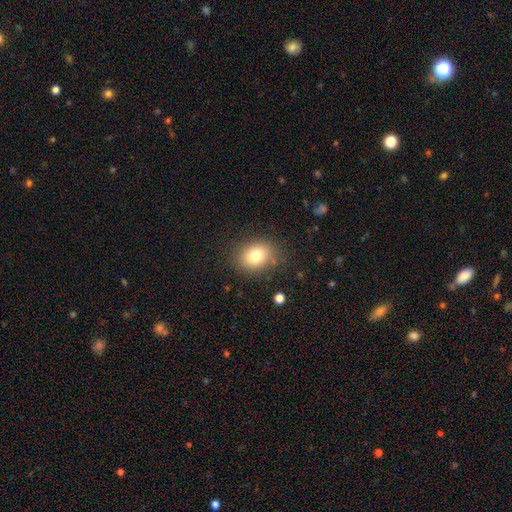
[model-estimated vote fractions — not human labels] This appears to be a smooth galaxy with no disk features (79%) that is in between round and cigar-shaped (60%). Merging: none (82%).